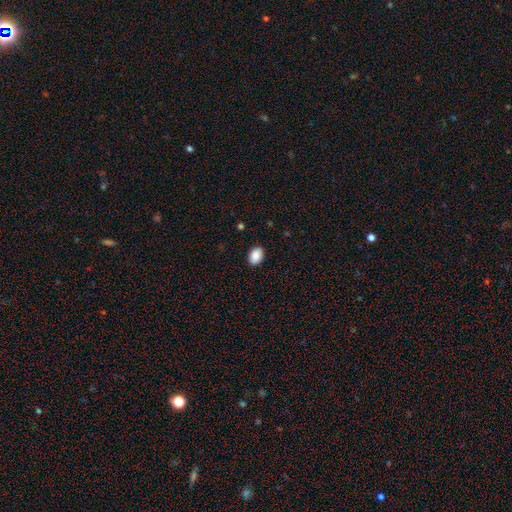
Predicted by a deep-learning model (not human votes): Q: Smooth or featured?
A: smooth (90%); runner-up: star or artifact (7%)
Q: How rounded?
A: in between (81%); runner-up: round (18%)
Q: Merging?
A: none (89%); runner-up: minor disturbance (8%)